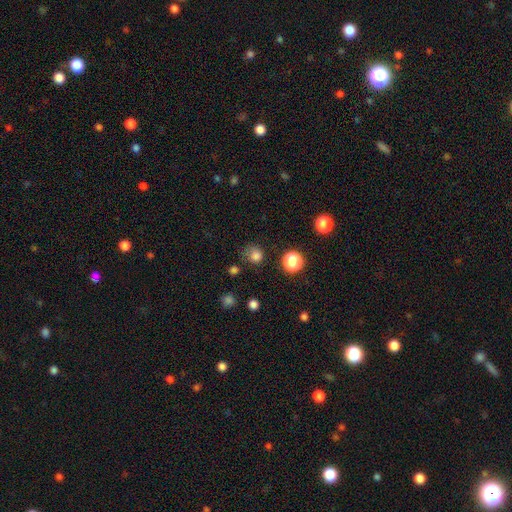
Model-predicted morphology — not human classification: type=smooth (78%); roundness=round (84%); merging=none (65%).